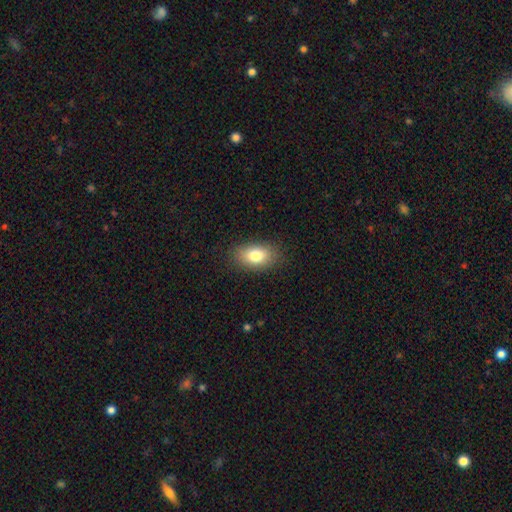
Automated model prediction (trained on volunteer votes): Smooth or featured? Predicted: smooth (p=0.79). How rounded? Predicted: in between (p=0.88). Merging? Predicted: none (p=0.86).